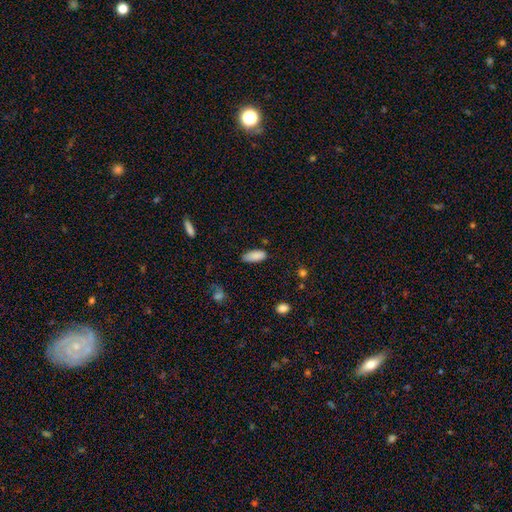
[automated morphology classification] Smooth or featured? Predicted: smooth (p=0.88). How rounded? Predicted: in between (p=0.85). Merging? Predicted: none (p=0.77).